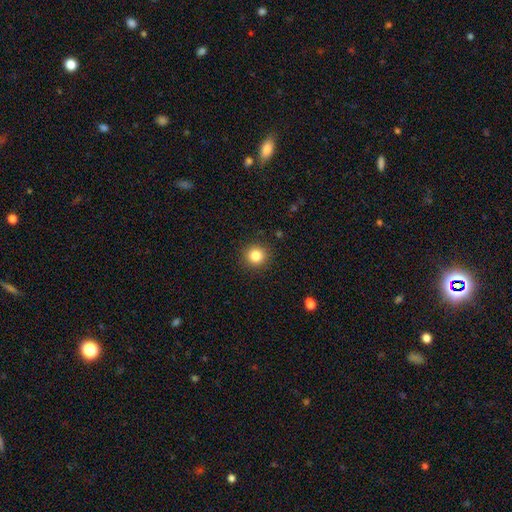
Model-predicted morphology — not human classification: This appears to be a smooth galaxy with no disk features (84%) that is round (93%). Merging: none (91%).